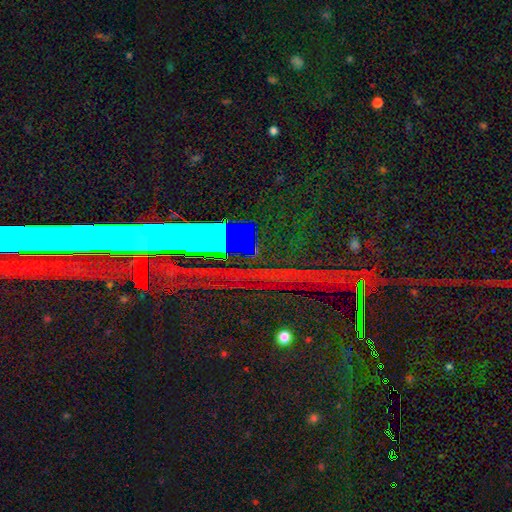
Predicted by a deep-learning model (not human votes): star or artifact 70%, featured or disk 20%, smooth 10%.